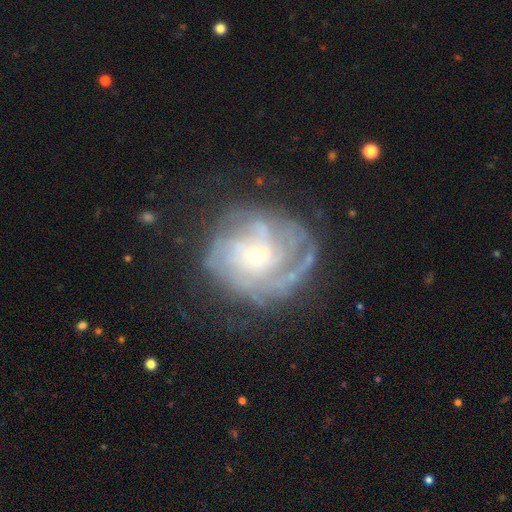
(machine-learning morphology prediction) This appears to be a featured or disk galaxy (81%) with no bar (71%), tight (58%) spiral arms (88%) and a small central bulge (65%). Merging: none (60%).